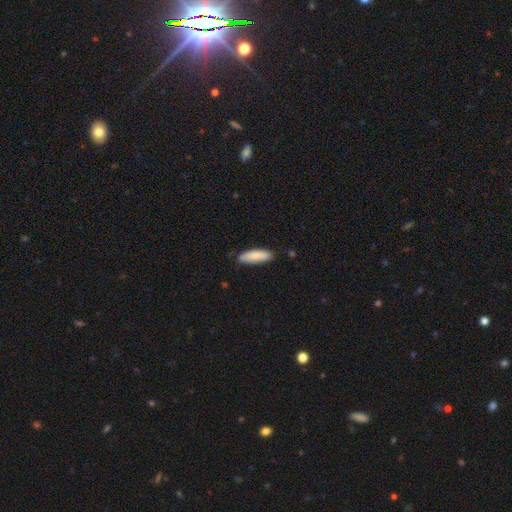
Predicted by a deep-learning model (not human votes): Smooth or featured: smooth — 84% (featured or disk — 10%)
How rounded: cigar-shaped — 52% (in between — 46%)
Merging: none — 82% (minor disturbance — 14%)